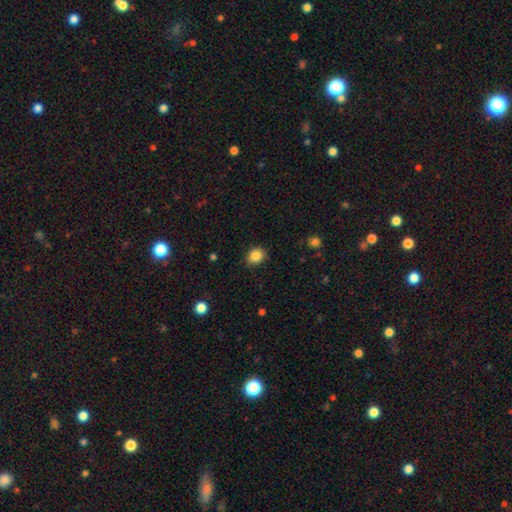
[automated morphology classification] Smooth or featured? Predicted: smooth (p=0.86). How rounded? Predicted: round (p=0.60). Merging? Predicted: none (p=0.80).